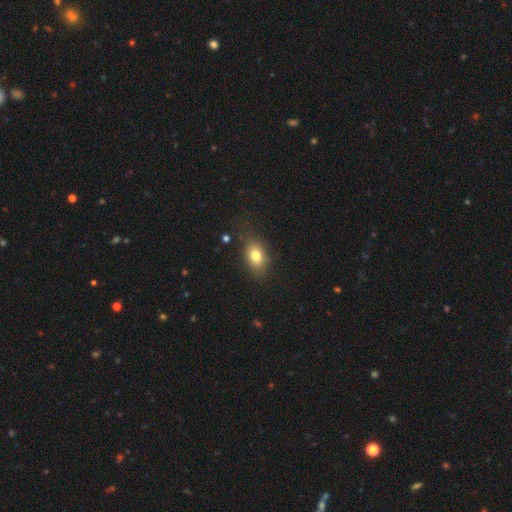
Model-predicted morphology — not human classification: This is likely a smooth galaxy (78%). How rounded: likely in between (74%). Merging: likely none (75%).